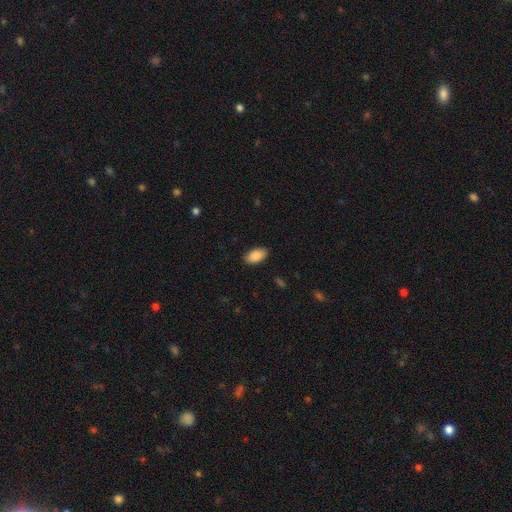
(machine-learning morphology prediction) A smooth galaxy with no disk features (90%) that is in between round and cigar-shaped (95%). Merging: none (88%).